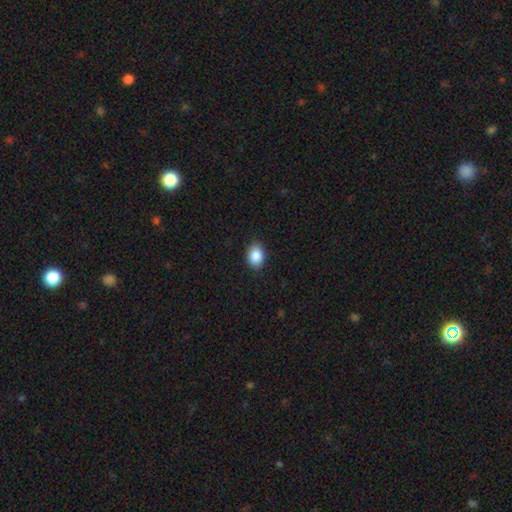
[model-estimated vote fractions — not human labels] Overall: smooth (88%). How rounded: in between (72%). Merging: none (88%).